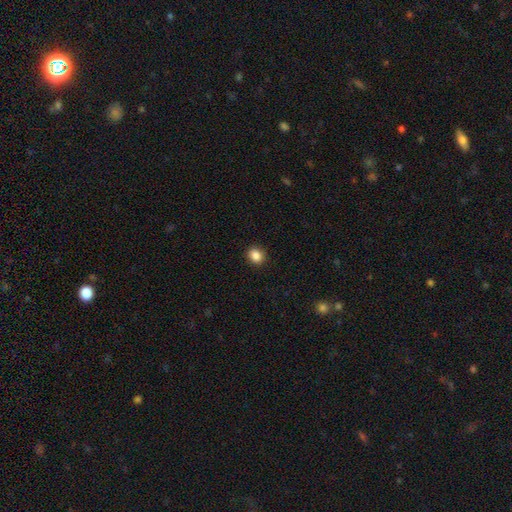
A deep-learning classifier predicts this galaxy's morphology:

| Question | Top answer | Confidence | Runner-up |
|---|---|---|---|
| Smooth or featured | smooth | 87% | star or artifact (10%) |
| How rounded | round | 74% | in between (25%) |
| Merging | none | 91% | minor disturbance (6%) |